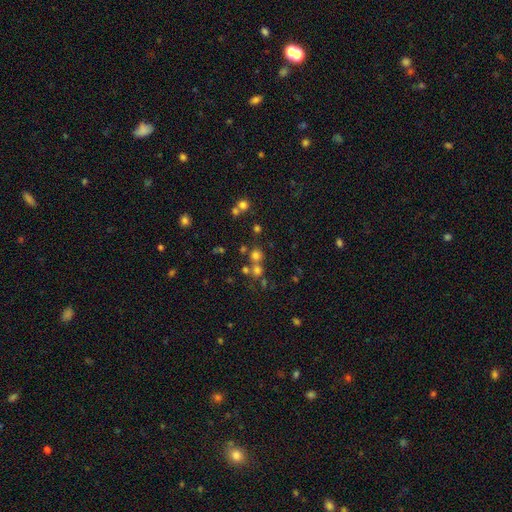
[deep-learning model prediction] Overall: smooth (65%; star or artifact 25%). How rounded: round (89%). Merging: none (62%; merger 28%).